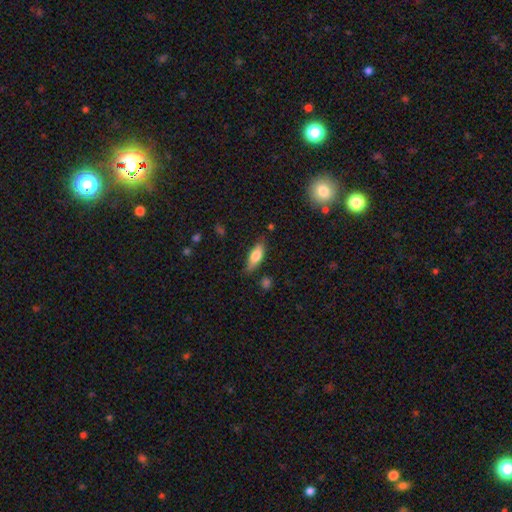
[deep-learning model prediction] Morphology: type=smooth (69%); roundness=in between (63%); merging=none (78%).